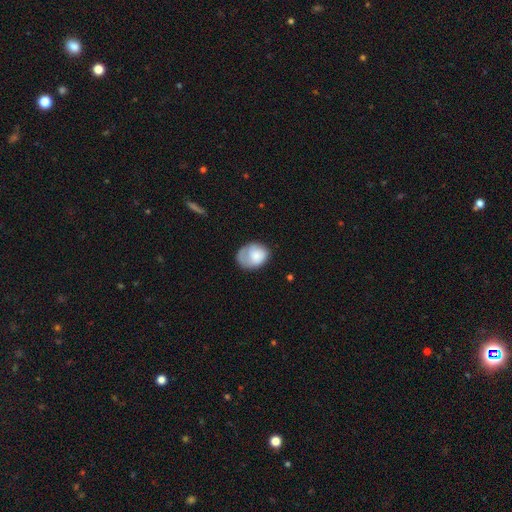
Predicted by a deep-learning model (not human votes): This appears to be a smooth galaxy with no disk features (73%) that is in between round and cigar-shaped (60%). Merging: none (42%).